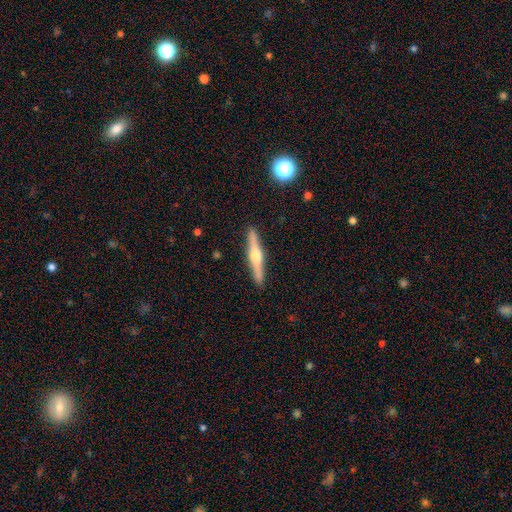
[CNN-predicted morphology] This appears to be a featured or disk galaxy (65%) viewed edge-on (97%) with a rounded central bulge (92%). Merging: none (91%).